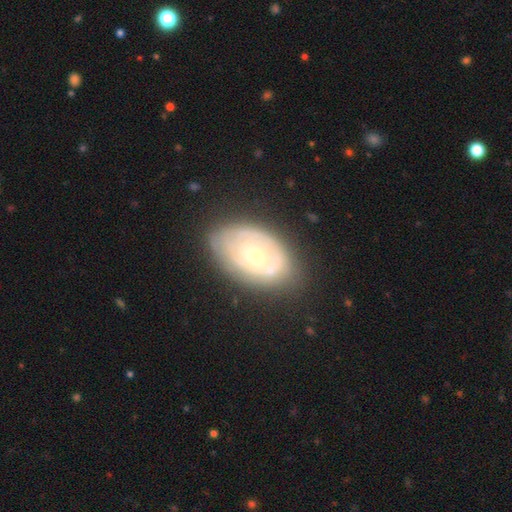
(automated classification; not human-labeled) Smooth or featured? featured or disk (70%)
Edge-on disk? no (94%)
Bar? no (84%)
Spiral arms? yes (54%)
Bulge size? small (56%)
Merging? none (73%)